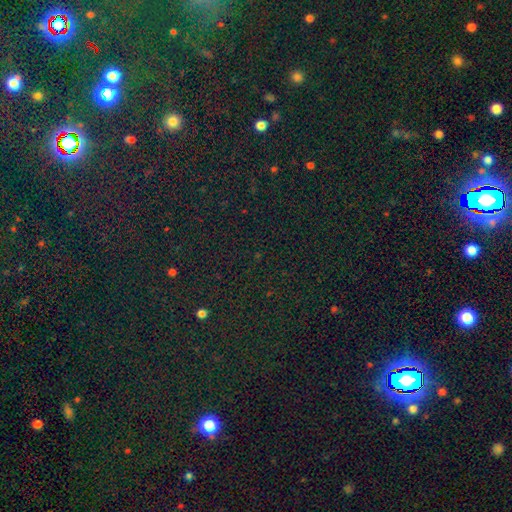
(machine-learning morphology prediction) star or artifact 78%, smooth 15%, featured or disk 8%.